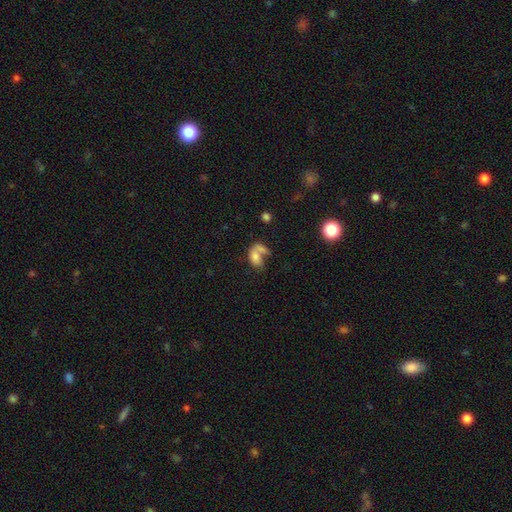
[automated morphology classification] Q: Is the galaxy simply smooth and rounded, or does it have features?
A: smooth — 66%.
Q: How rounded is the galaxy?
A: in between — 82%.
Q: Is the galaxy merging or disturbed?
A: merger — 48%.